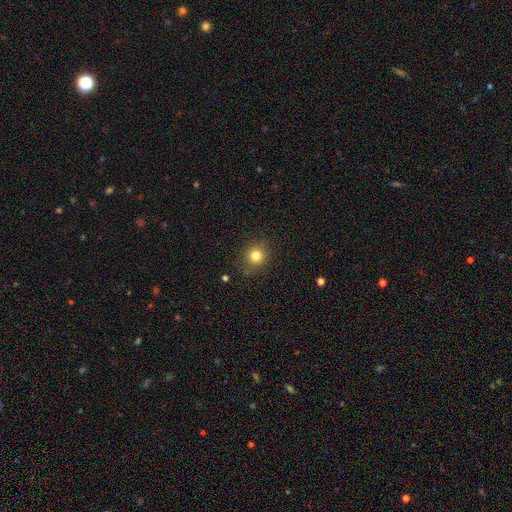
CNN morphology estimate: type=smooth (81%); roundness=round (87%); merging=none (85%).